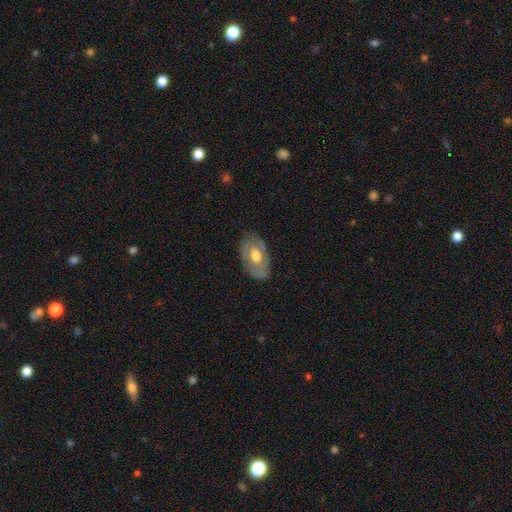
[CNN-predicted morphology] A featured or disk galaxy (59%) with no bar (76%), no spiral arms (56%) and a moderate central bulge (62%).

Vote fractions:
- Smooth or featured? featured or disk: 59% / smooth: 36% / star or artifact: 6%
- Edge-on disk? no: 91% / yes: 9%
- Bar? no: 76% / weak: 20% / strong: 4%
- Spiral arms? no: 56% / yes: 44%
- Bulge size? moderate: 62% / large: 29% / small: 7% / dominant: 2% / none: 1%
- Merging? none: 76% / minor disturbance: 18% / major disturbance: 5% / merger: 1%